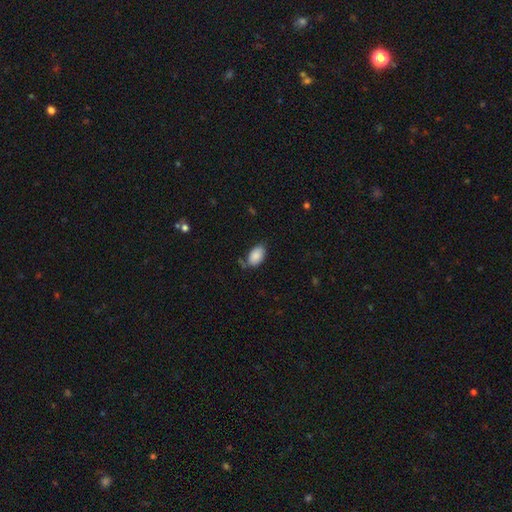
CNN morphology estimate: smooth-or-featured: smooth: 88% | star or artifact: 7% | featured or disk: 5%
  how-rounded: in between: 93% | round: 5% | cigar-shaped: 1%
  merging: none: 70% | minor disturbance: 21% | major disturbance: 5% | merger: 5%